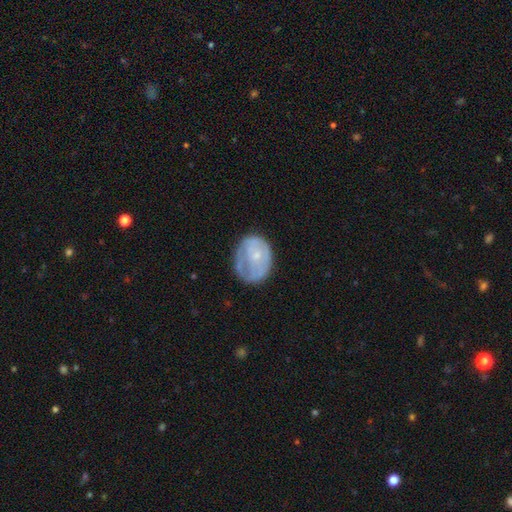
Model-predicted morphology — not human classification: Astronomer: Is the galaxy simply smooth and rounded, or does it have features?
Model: smooth — 46%, tied with featured or disk at 46%.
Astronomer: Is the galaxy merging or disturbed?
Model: none — 51% (runner-up: minor disturbance, 30%).